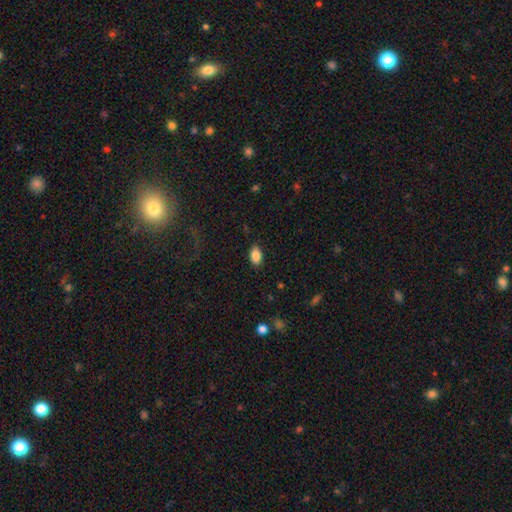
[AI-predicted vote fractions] smooth_or_featured: smooth (p=0.85) [alt: star or artifact p=0.08]
how_rounded: in between (p=0.90) [alt: round p=0.08]
merging: none (p=0.86) [alt: minor disturbance p=0.11]